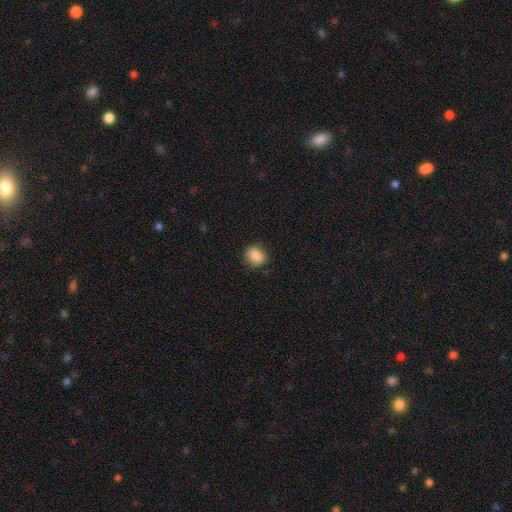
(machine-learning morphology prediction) Smooth or featured? Predicted: smooth (p=0.88). How rounded? Predicted: round (p=0.57). Merging? Predicted: none (p=0.84).